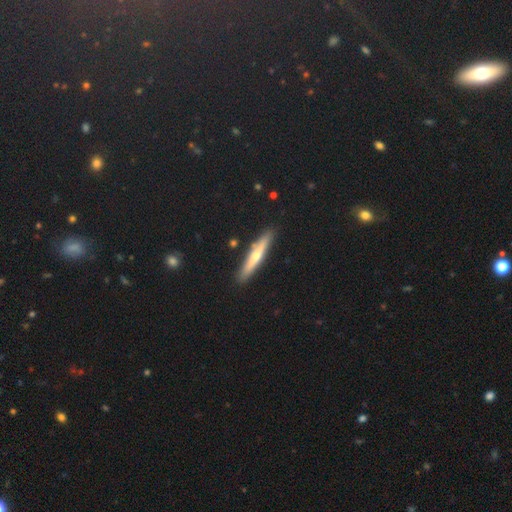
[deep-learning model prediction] Smooth or featured: featured or disk — 58% (smooth — 34%)
Edge-on disk: yes — 94% (no — 6%)
Edge-on bulge: rounded — 82% (none — 15%)
Merging: none — 90% (minor disturbance — 7%)